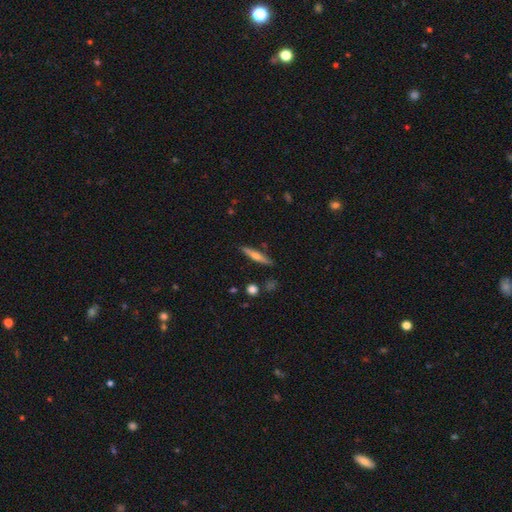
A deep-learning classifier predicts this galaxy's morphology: smooth-or-featured: featured or disk: 53% | smooth: 40% | star or artifact: 7%
  disk-edge-on: yes: 95% | no: 5%
    edge-on-bulge: rounded: 83% | none: 12% | boxy: 5%
  merging: none: 86% | minor disturbance: 9% | merger: 3% | major disturbance: 2%